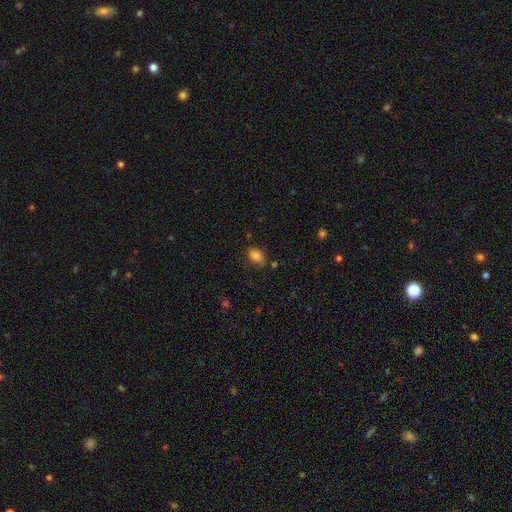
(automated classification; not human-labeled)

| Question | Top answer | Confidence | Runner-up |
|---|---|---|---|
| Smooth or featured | smooth | 84% | star or artifact (11%) |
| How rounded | in between | 82% | round (16%) |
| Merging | none | 74% | minor disturbance (18%) |